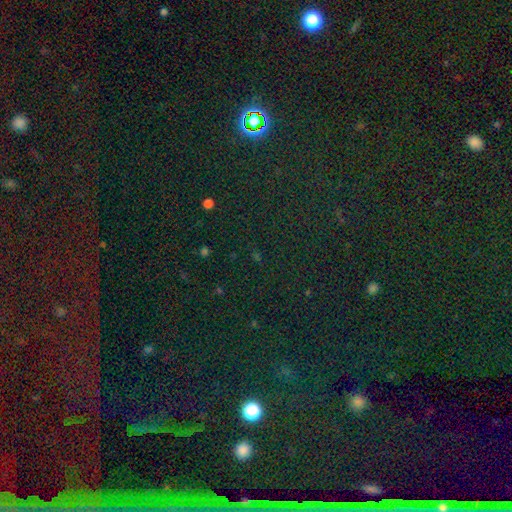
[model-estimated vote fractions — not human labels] smooth-or-featured: star or artifact: 80% | smooth: 12% | featured or disk: 8%